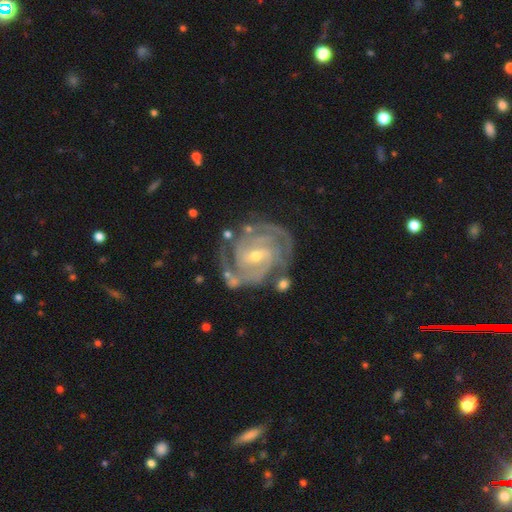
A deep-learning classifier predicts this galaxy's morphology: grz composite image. It shows a featured or disk galaxy (92%) with a weak bar (45%), 2 (39%) tight (72%) spiral arms (98%) and a small central bulge (62%). Merging: none (71%).